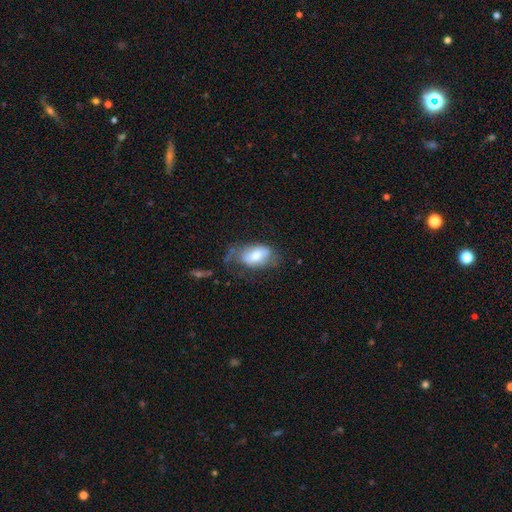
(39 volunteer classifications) Morphology: type=smooth (51%); roundness=in between (100%); merging=minor disturbance (43%).